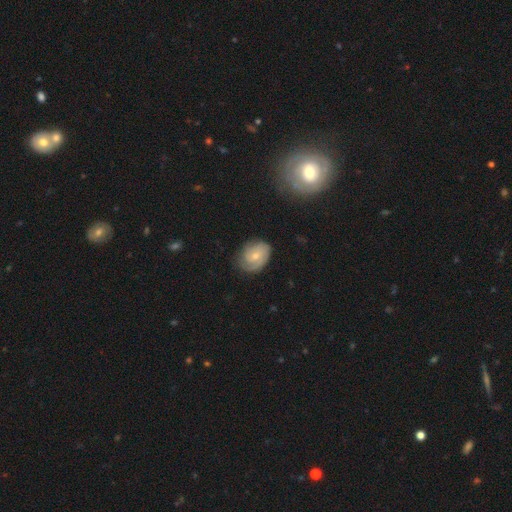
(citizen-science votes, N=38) smooth-or-featured: smooth: 58% | featured or disk: 34% | star or artifact: 8%
  how-rounded: in between: 77% | round: 18% | cigar-shaped: 5%
  merging: none: 46% | minor disturbance: 34% | major disturbance: 17% | merger: 3%